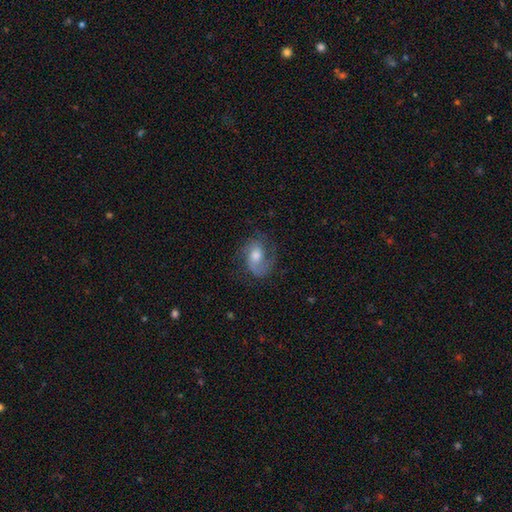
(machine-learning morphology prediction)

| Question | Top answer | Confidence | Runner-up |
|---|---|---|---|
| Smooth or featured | featured or disk | 72% | smooth (20%) |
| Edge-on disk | no | 97% | yes (3%) |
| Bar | no | 57% | weak (35%) |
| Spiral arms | yes | 93% | no (7%) |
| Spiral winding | medium | 48% | loose (29%) |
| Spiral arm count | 2 | 58% | 1 (24%) |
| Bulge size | moderate | 57% | large (22%) |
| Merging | none | 62% | minor disturbance (20%) |